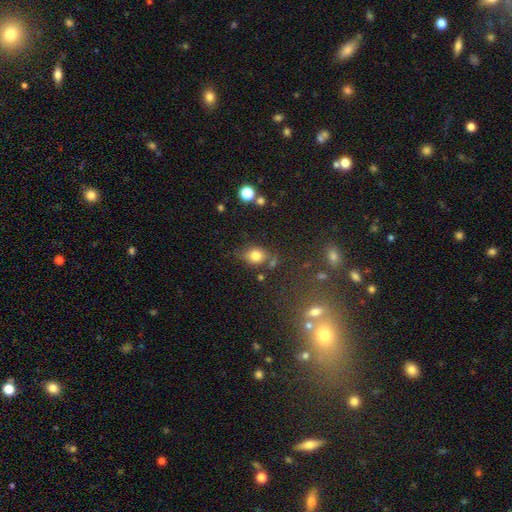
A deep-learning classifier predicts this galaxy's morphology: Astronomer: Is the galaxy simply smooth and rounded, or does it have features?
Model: smooth — 79%.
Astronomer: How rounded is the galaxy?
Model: in between — 51% (runner-up: round, 47%).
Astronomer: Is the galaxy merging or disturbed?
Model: none — 62%.